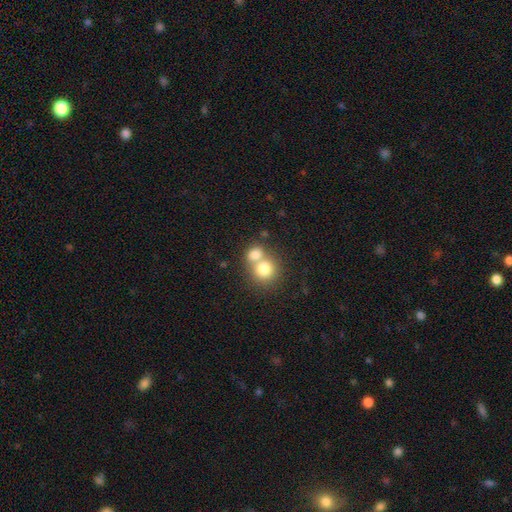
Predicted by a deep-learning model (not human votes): This is likely a smooth galaxy (66%). How rounded: clearly round (85%). Merging: possibly none (48%).